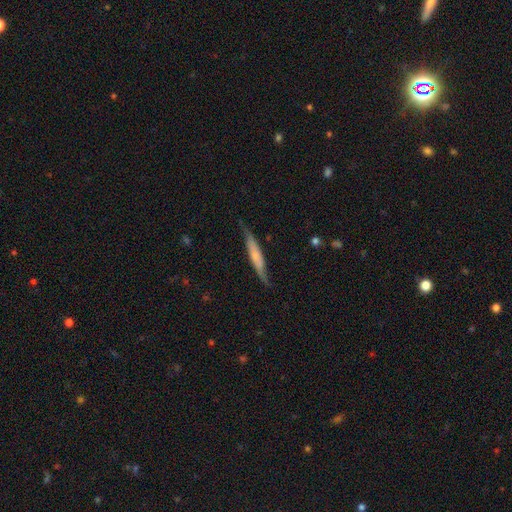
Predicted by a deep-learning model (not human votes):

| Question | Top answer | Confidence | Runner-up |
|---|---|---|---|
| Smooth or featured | featured or disk | 49% | smooth (45%) |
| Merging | none | 71% | minor disturbance (22%) |